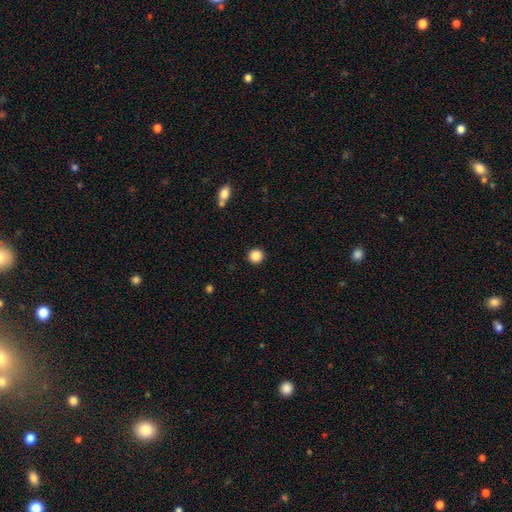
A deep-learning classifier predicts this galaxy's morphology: This is clearly a smooth galaxy (87%). How rounded: clearly round (95%). Merging: clearly none (93%).